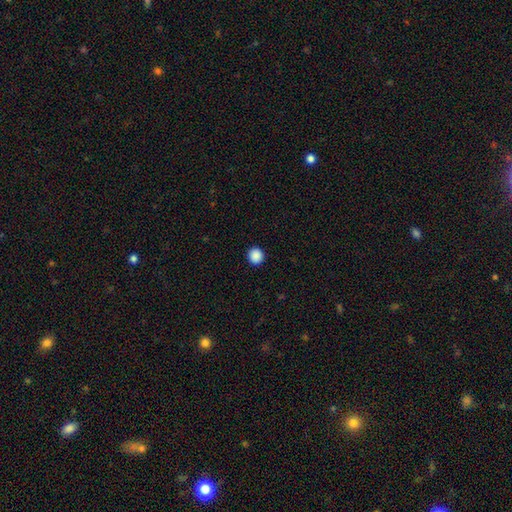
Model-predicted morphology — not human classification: A smooth galaxy with no disk features (89%) that is round (89%).

Vote fractions:
- Smooth or featured? smooth: 89% / star or artifact: 9% / featured or disk: 2%
- How rounded? round: 89% / in between: 10% / cigar-shaped: 1%
- Merging? none: 92% / minor disturbance: 5% / major disturbance: 2% / merger: 1%